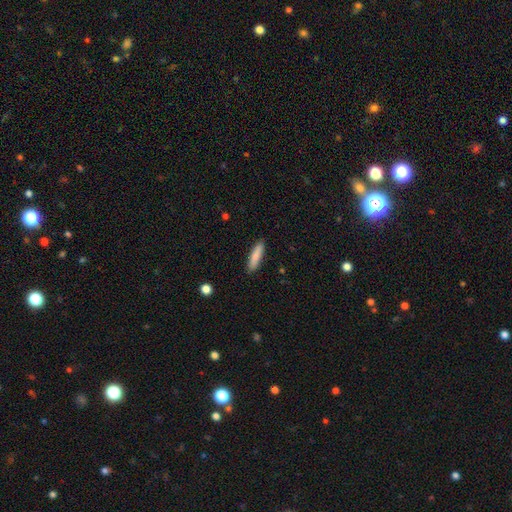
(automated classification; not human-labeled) Smooth or featured? smooth (81%)
How rounded? cigar-shaped (73%)
Merging? none (89%)